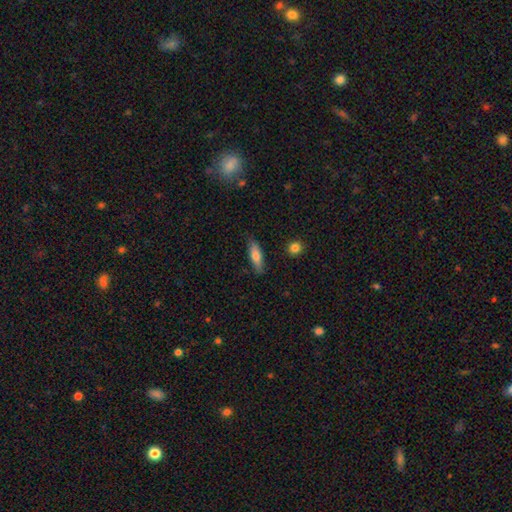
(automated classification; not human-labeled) Smooth or featured: smooth — 70% (featured or disk — 23%)
How rounded: cigar-shaped — 53% (in between — 44%)
Merging: none — 84% (minor disturbance — 12%)